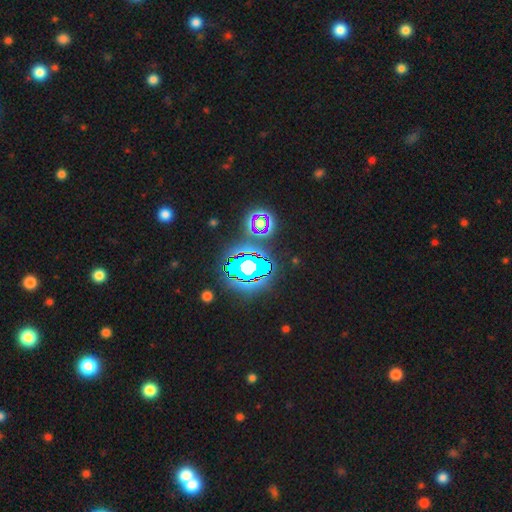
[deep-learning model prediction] smooth-or-featured: star or artifact: 82% | smooth: 11% | featured or disk: 7%